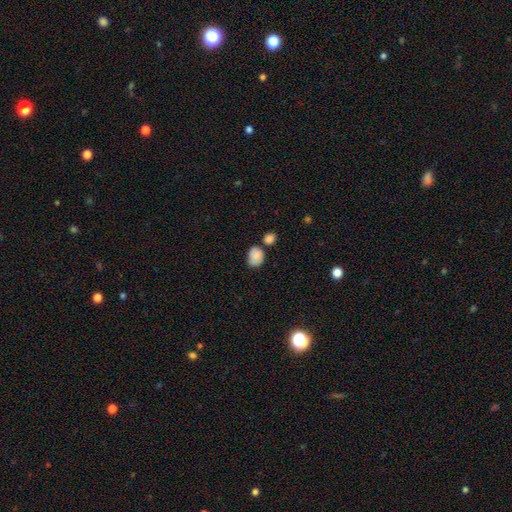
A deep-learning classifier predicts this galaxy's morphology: smooth_or_featured: smooth (p=0.85) [alt: star or artifact p=0.08]
how_rounded: in between (p=0.63) [alt: round p=0.36]
merging: none (p=0.54) [alt: minor disturbance p=0.22]